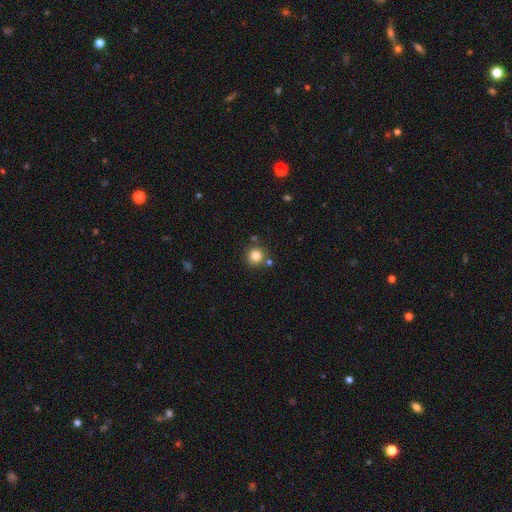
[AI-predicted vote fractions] Smooth or featured? Predicted: smooth (p=0.83). How rounded? Predicted: round (p=0.94). Merging? Predicted: none (p=0.80).